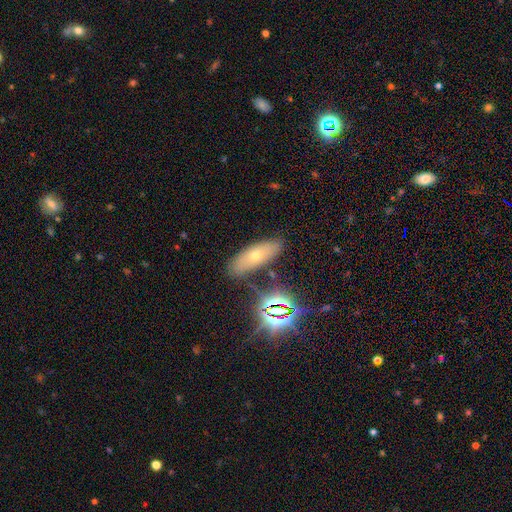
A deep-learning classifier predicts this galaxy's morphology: A smooth galaxy with no disk features (47%).

Vote fractions:
- Smooth or featured? smooth: 47% / featured or disk: 30% / star or artifact: 23%
- Merging? none: 81% / minor disturbance: 12% / merger: 4% / major disturbance: 3%